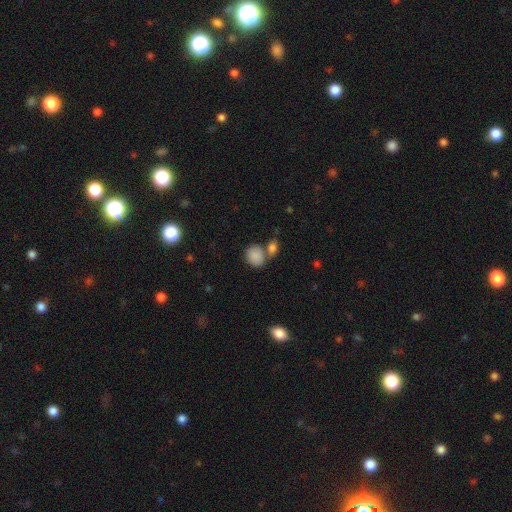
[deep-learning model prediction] smooth-or-featured: smooth: 86% | star or artifact: 8% | featured or disk: 6%
  how-rounded: round: 58% | in between: 41% | cigar-shaped: 1%
  merging: none: 48% | merger: 34% | minor disturbance: 13% | major disturbance: 5%